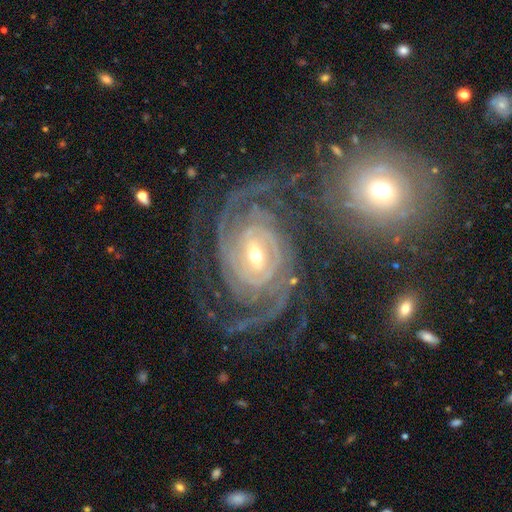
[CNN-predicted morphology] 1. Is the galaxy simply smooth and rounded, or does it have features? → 92% featured or disk, 5% star or artifact, 3% smooth.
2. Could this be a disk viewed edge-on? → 97% no, 3% yes.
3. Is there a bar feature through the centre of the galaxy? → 42% weak, 33% strong, 26% no.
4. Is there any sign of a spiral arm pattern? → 99% yes, 1% no.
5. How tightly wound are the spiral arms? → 72% tight, 24% medium, 4% loose.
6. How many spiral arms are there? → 30% 3, 24% 2, 19% 4, 13% can't tell, 8% more than 4, 7% 1.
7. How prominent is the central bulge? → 50% moderate, 46% small, 3% large, 1% none, 1% dominant.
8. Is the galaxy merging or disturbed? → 64% none, 16% minor disturbance, 11% major disturbance, 9% merger.